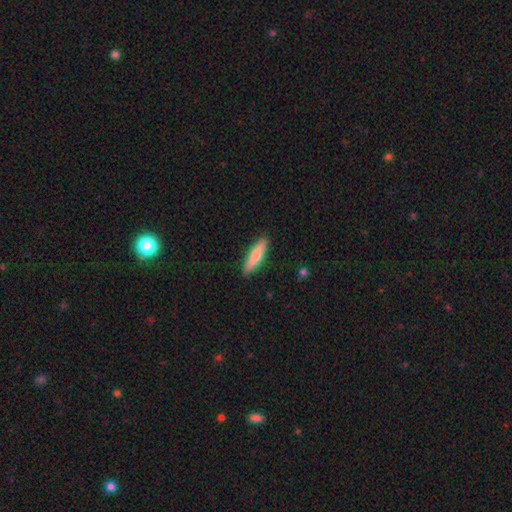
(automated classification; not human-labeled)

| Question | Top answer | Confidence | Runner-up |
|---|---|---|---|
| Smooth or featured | smooth | 75% | featured or disk (20%) |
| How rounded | cigar-shaped | 80% | in between (19%) |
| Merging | none | 90% | minor disturbance (7%) |